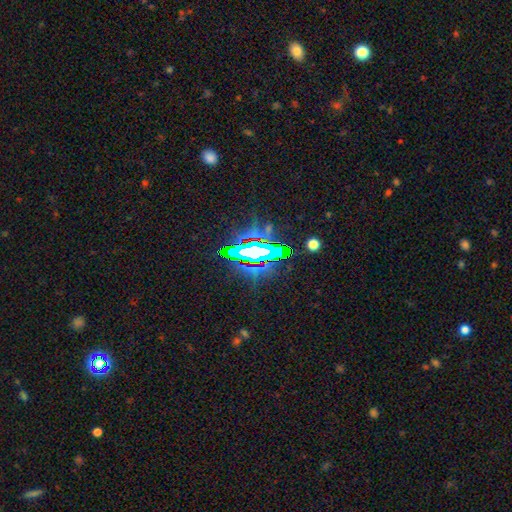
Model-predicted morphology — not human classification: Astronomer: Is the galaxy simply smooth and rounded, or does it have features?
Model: star or artifact — 64%.